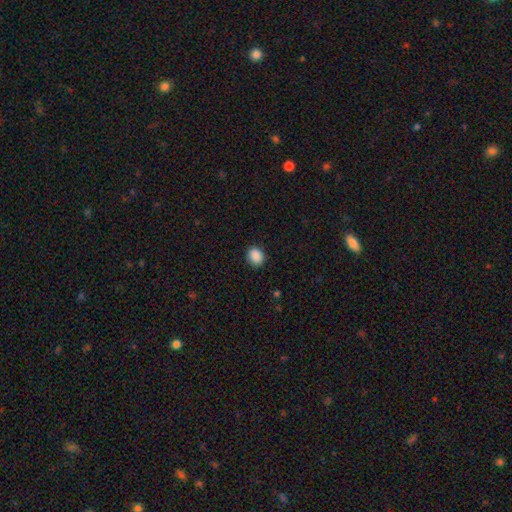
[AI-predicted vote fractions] The model was most divided on "how rounded": round: 52%, in between: 47%, cigar-shaped: 1%. More confident: smooth or featured — smooth (89%); merging — none (88%).